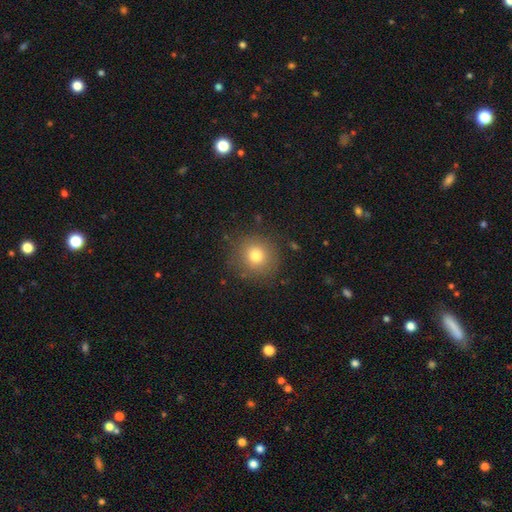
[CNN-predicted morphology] Smooth or featured? Predicted: smooth (p=0.77). How rounded? Predicted: round (p=0.90). Merging? Predicted: none (p=0.85).